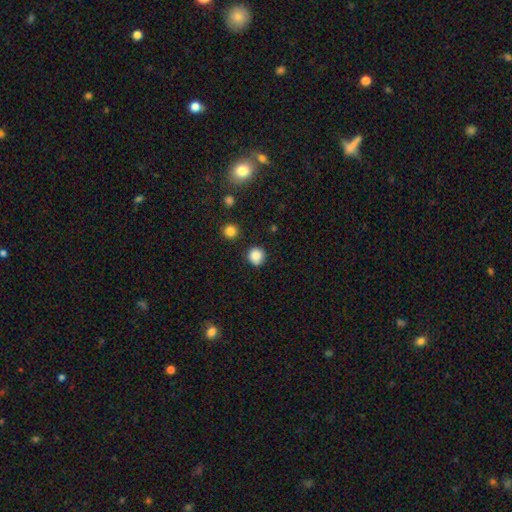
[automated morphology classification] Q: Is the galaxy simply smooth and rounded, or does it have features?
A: smooth — 85%.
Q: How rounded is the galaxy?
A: round — 93%.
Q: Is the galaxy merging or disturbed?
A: none — 84%.